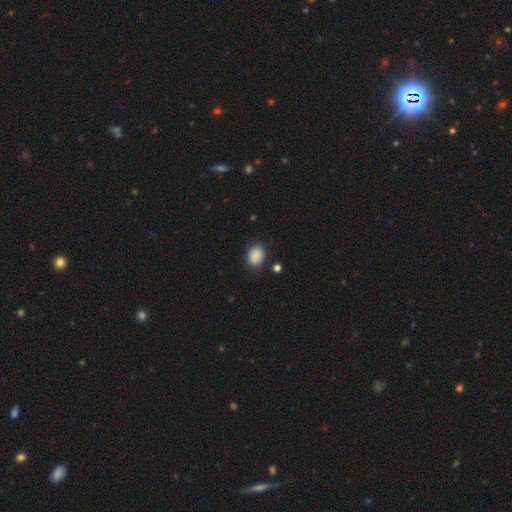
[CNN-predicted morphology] Overall: smooth (88%). How rounded: in between (75%). Merging: none (84%).